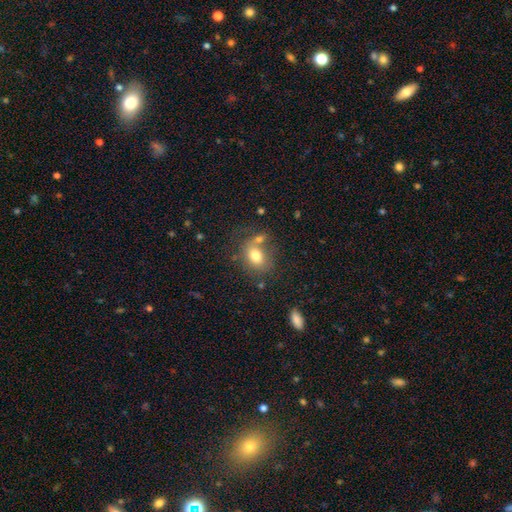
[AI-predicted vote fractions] Q: Smooth or featured?
A: smooth (74%); runner-up: featured or disk (16%)
Q: How rounded?
A: in between (60%); runner-up: round (39%)
Q: Merging?
A: none (49%); runner-up: merger (25%)